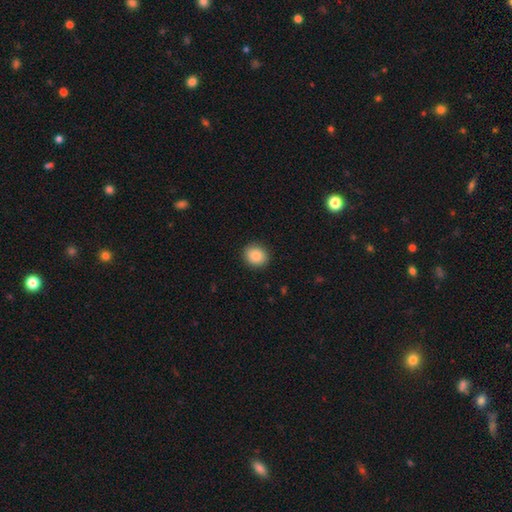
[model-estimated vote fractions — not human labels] smooth-or-featured: smooth: 88% | star or artifact: 8% | featured or disk: 4%
  how-rounded: round: 74% | in between: 25% | cigar-shaped: 1%
  merging: none: 90% | minor disturbance: 7% | major disturbance: 2% | merger: 1%